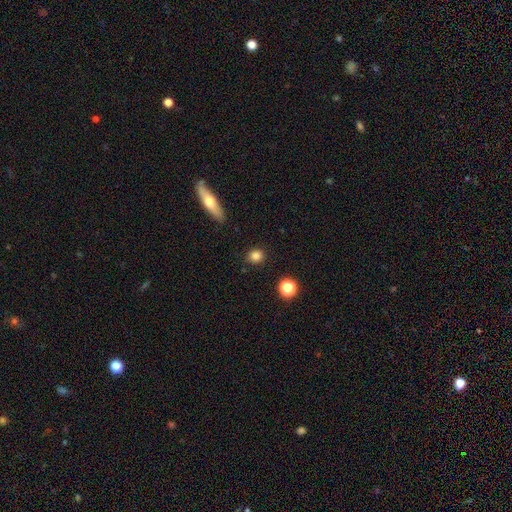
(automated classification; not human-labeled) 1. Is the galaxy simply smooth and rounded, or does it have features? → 83% smooth, 11% star or artifact, 5% featured or disk.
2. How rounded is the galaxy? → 75% round, 23% in between, 2% cigar-shaped.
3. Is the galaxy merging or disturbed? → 88% none, 8% minor disturbance, 2% major disturbance, 2% merger.